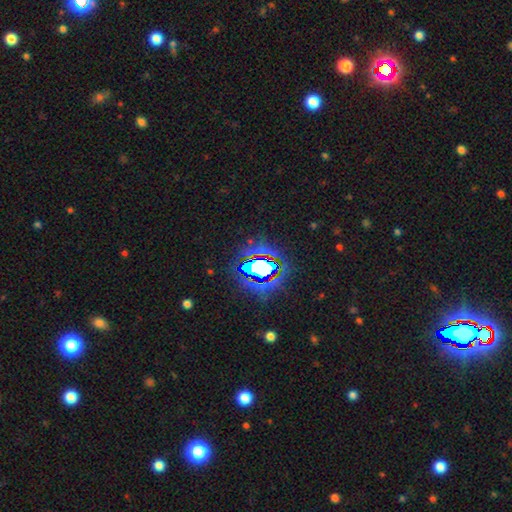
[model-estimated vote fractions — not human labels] A star or artifact, not a galaxy (82%).